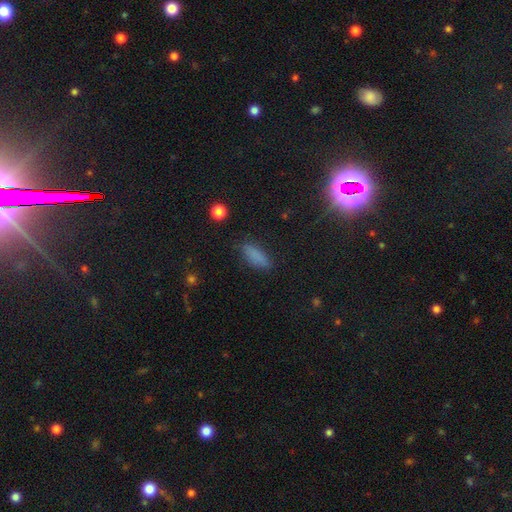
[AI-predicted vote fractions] Smooth or featured? smooth (80%)
How rounded? in between (56%)
Merging? none (80%)